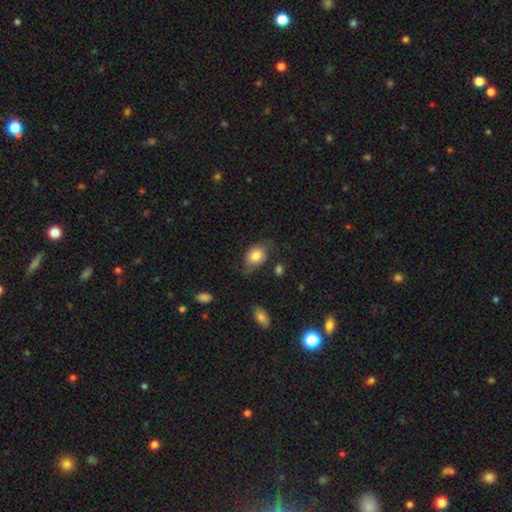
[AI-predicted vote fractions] Overall: smooth (76%). How rounded: in between (76%). Merging: none (53%; minor disturbance 31%).